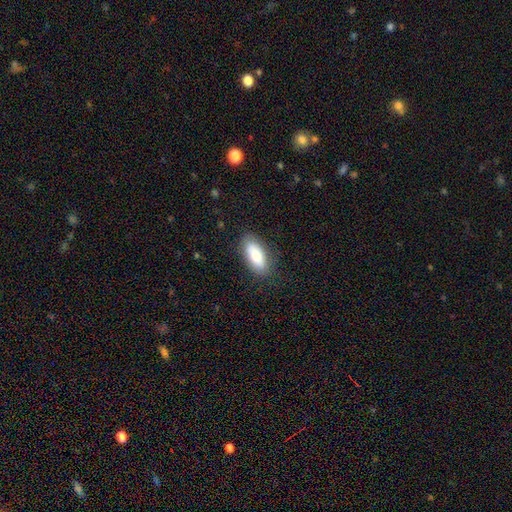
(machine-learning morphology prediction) A smooth galaxy with no disk features (77%) that is in between round and cigar-shaped (87%). Merging: none (85%).